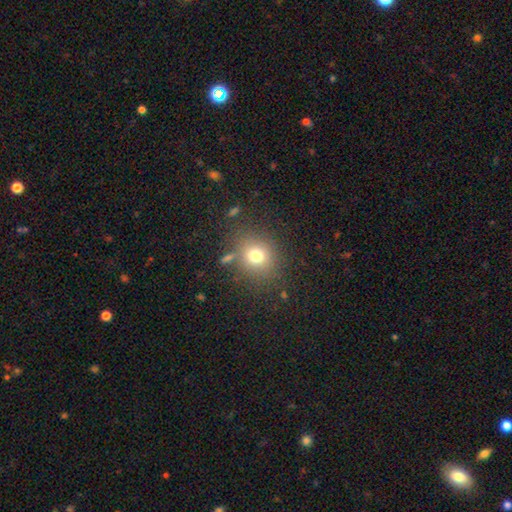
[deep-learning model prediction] Overall: smooth (74%). How rounded: round (78%). Merging: none (78%).